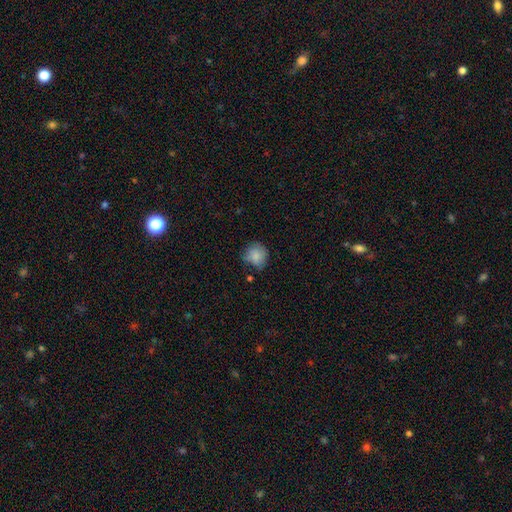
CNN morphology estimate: smooth_or_featured: smooth (p=0.82) [alt: featured or disk p=0.10]
how_rounded: round (p=0.78) [alt: in between p=0.21]
merging: none (p=0.62) [alt: minor disturbance p=0.27]